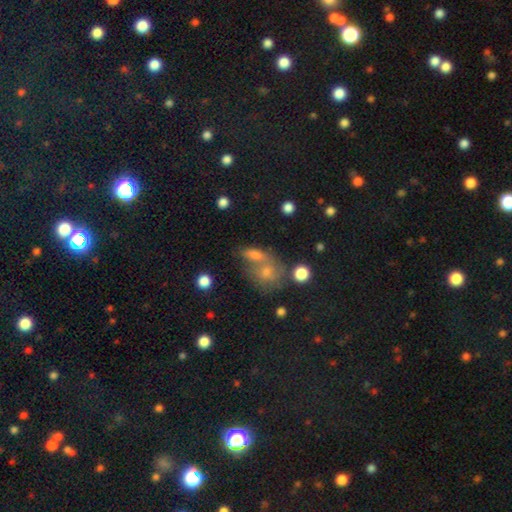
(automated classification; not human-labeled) Smooth or featured? Predicted: smooth (p=0.47). Merging? Predicted: none (p=0.42).